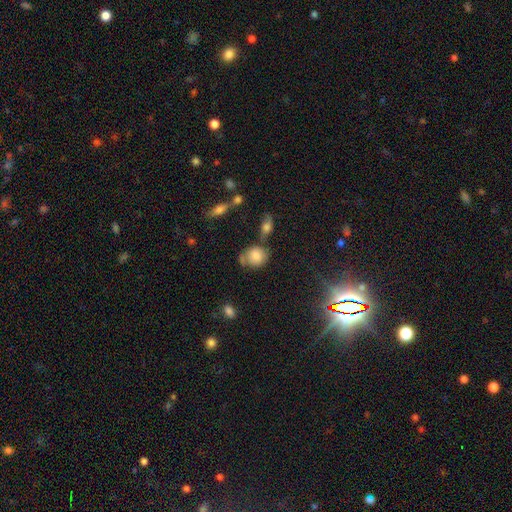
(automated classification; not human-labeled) Smooth or featured?
  - smooth: 75% *
  - featured or disk: 15%
  - star or artifact: 10%
How rounded?
  - round: 68% *
  - in between: 30%
  - cigar-shaped: 1%
Merging?
  - none: 49% *
  - minor disturbance: 24%
  - merger: 17%
  - major disturbance: 10%